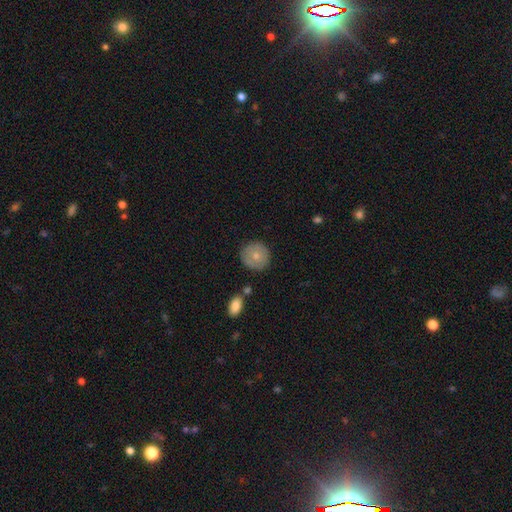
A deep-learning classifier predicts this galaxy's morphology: A smooth galaxy with no disk features (73%) that is round (91%). Merging: none (83%).